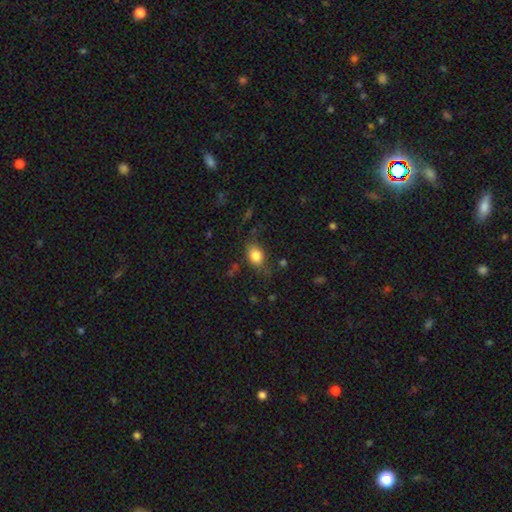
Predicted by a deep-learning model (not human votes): Overall: smooth (82%). How rounded: in between (76%). Merging: none (65%).